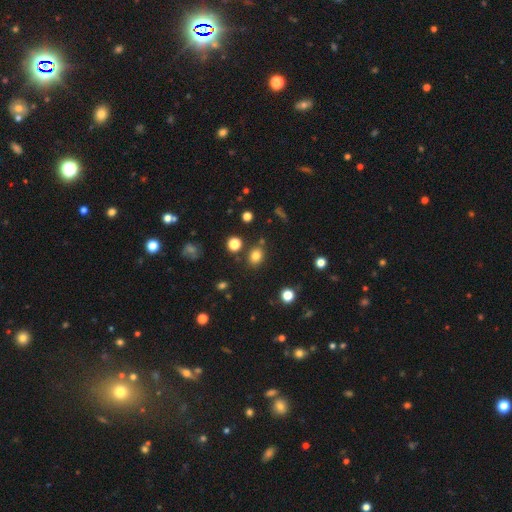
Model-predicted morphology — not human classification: type=smooth (79%); roundness=round (57%); merging=none (79%).